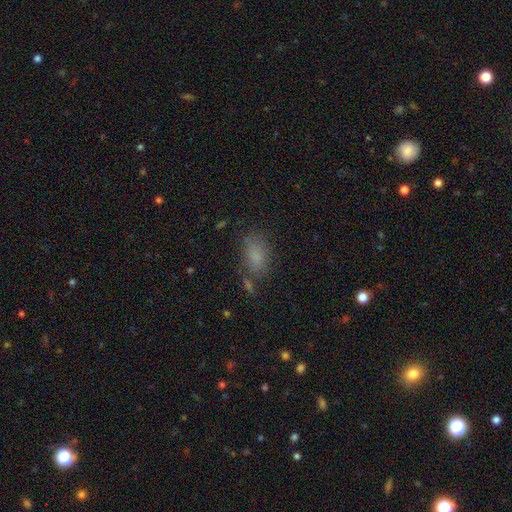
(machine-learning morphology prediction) A smooth galaxy with no disk features (78%) that is in between round and cigar-shaped (89%).

Vote fractions:
- Smooth or featured? smooth: 78% / star or artifact: 13% / featured or disk: 9%
- How rounded? in between: 89% / round: 8% / cigar-shaped: 4%
- Merging? none: 66% / minor disturbance: 18% / merger: 9% / major disturbance: 7%